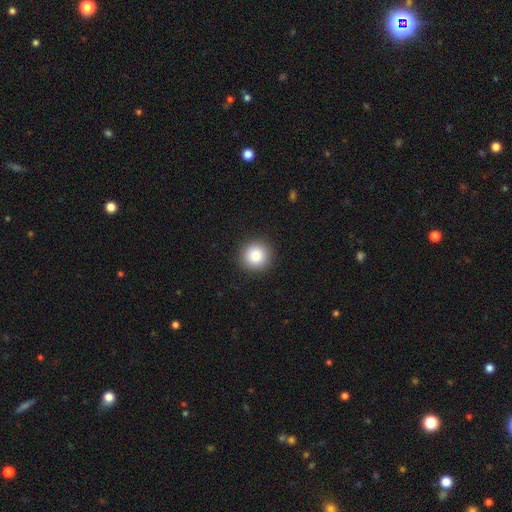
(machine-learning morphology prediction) Smooth or featured?
  - smooth: 85% *
  - star or artifact: 9%
  - featured or disk: 6%
How rounded?
  - round: 95% *
  - in between: 4%
  - cigar-shaped: 1%
Merging?
  - none: 92% *
  - minor disturbance: 5%
  - major disturbance: 2%
  - merger: 1%